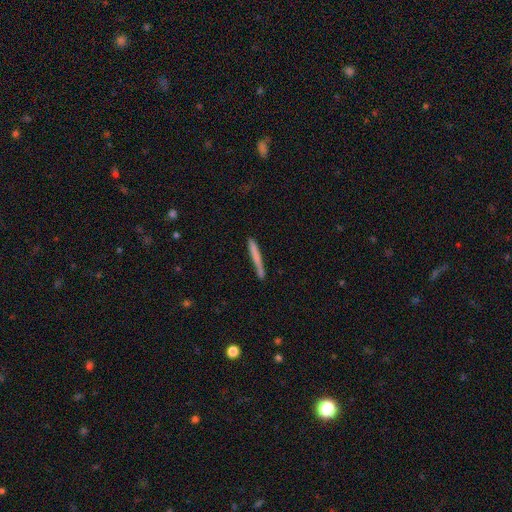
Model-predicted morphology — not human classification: type=smooth (66%); roundness=cigar-shaped (97%); merging=none (83%).